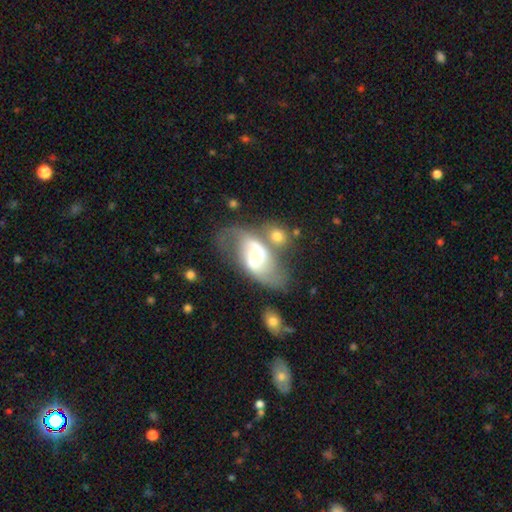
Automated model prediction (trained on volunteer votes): Morphology: type=featured or disk (75%); edge-on=no (95%); bar=weak (44%); spiral arms=yes (89%); winding=loose (53%); arm count=2 (86%); bulge=moderate (35%); merging=none (41%).